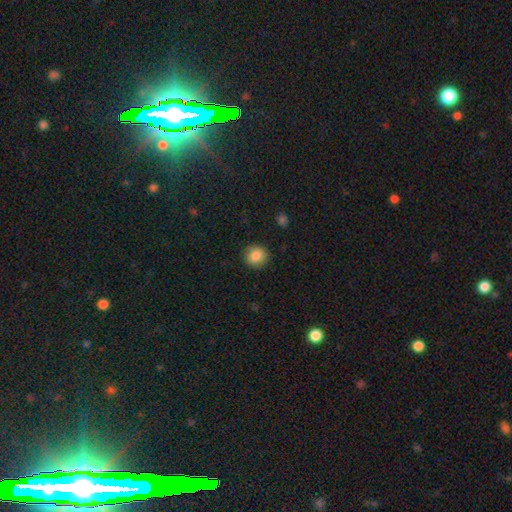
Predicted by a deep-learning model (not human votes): This appears to be a smooth galaxy with no disk features (86%) that is round (88%). Merging: none (90%).